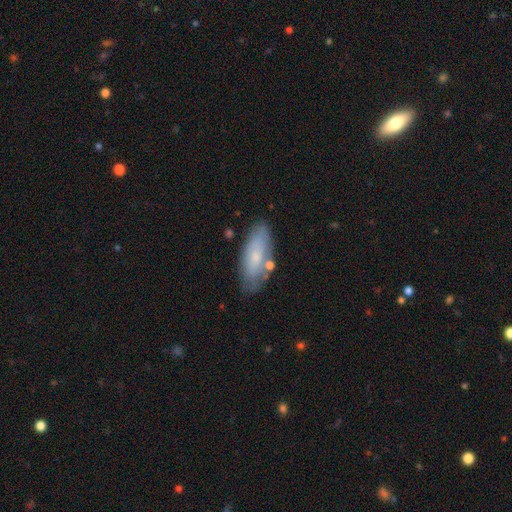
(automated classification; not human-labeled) Smooth or featured: smooth — 62% (featured or disk — 31%)
How rounded: in between — 75% (cigar-shaped — 23%)
Merging: none — 74% (minor disturbance — 17%)